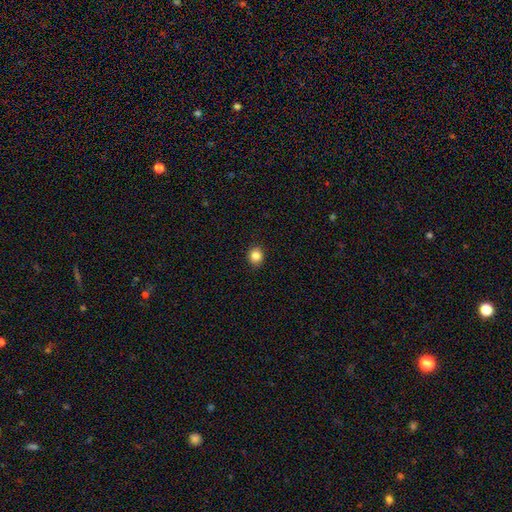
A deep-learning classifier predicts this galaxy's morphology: smooth 85%, star or artifact 11%, featured or disk 5%. Down the decision tree: how rounded — round (80%); merging — none (91%).